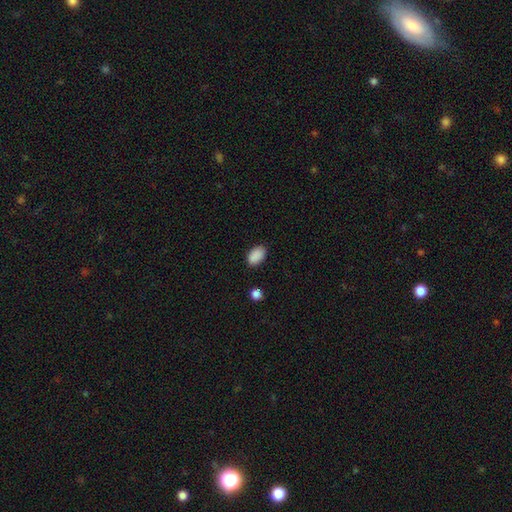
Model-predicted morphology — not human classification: Smooth or featured? smooth (89%)
How rounded? in between (91%)
Merging? none (85%)